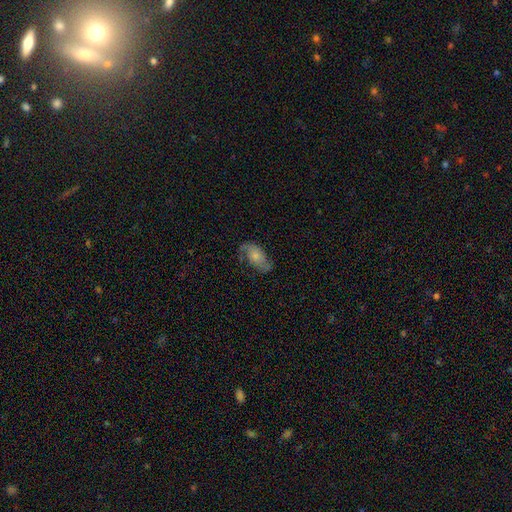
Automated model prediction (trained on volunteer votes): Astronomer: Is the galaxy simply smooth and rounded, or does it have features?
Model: featured or disk — 65%.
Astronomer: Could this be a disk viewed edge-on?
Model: no — 95%.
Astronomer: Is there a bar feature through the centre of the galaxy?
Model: no — 69%.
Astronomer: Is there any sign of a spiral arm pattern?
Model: yes — 91%.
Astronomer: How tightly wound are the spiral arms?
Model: loose — 48% (runner-up: medium, 39%).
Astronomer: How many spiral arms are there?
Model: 2 — 87%.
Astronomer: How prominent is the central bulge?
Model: small — 38% (runner-up: moderate, 34%).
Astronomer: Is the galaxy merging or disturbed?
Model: none — 70%.